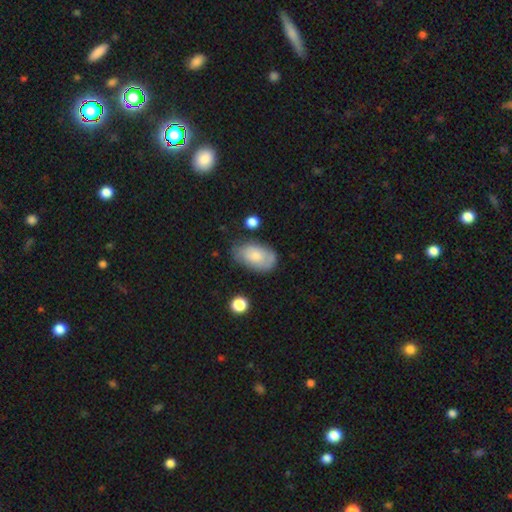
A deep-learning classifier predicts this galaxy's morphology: Smooth or featured? smooth (69%)
How rounded? in between (91%)
Merging? none (62%)